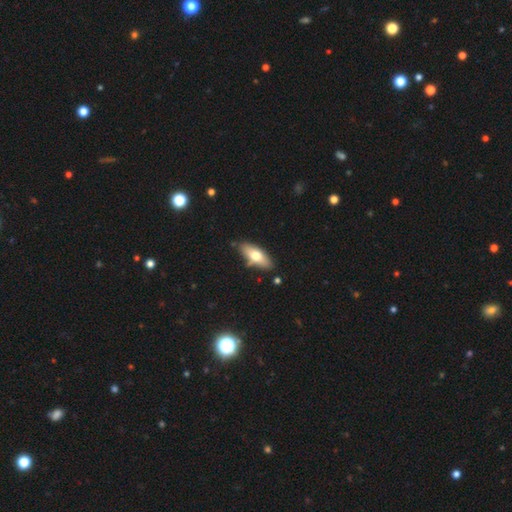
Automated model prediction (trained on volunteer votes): Overall: smooth (64%; featured or disk 30%). How rounded: in between (72%). Merging: none (78%).